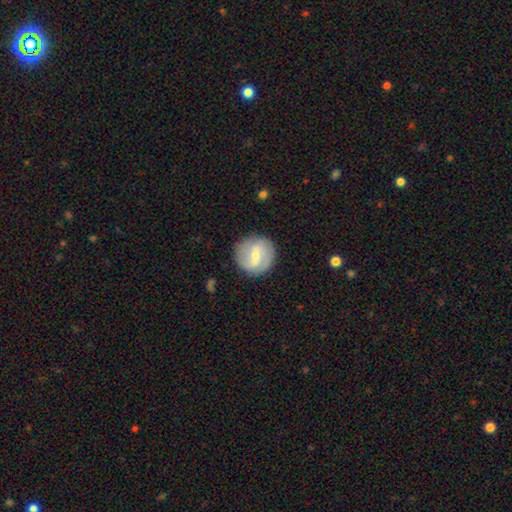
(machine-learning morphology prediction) type=featured or disk (60%); edge-on=no (97%); bar=weak (54%); spiral arms=yes (76%); bulge=small (55%); merging=none (84%).